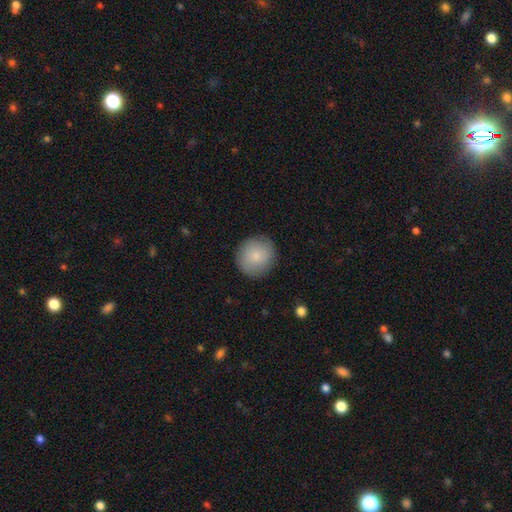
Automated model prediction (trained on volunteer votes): Overall: smooth (84%). How rounded: round (92%). Merging: none (88%).